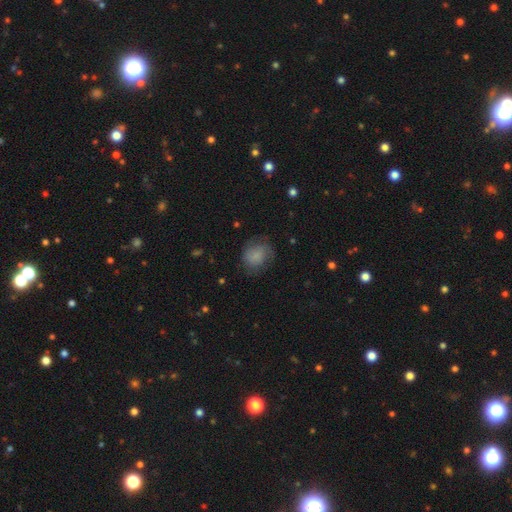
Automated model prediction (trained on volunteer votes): Overall: smooth (68%). How rounded: round (68%; in between 31%). Merging: none (66%).